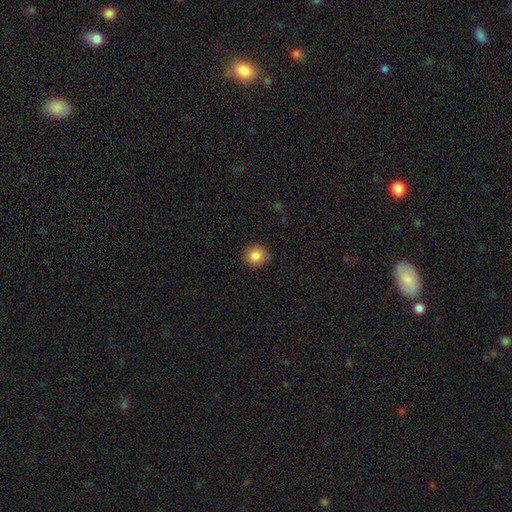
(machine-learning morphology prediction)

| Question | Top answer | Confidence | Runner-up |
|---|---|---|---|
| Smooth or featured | smooth | 85% | star or artifact (9%) |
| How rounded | round | 89% | in between (10%) |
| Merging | none | 90% | minor disturbance (7%) |